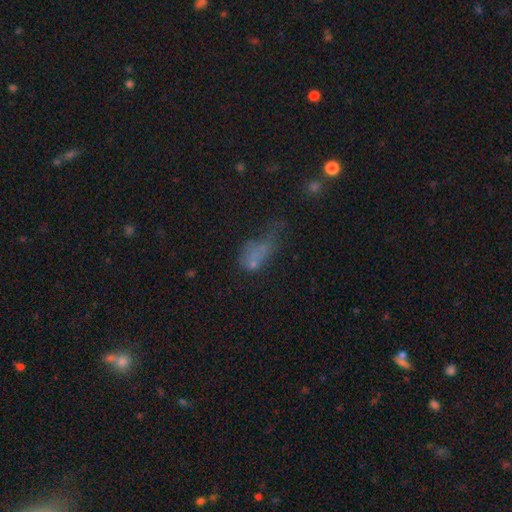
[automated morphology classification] Smooth or featured: smooth — 54% (featured or disk — 24%)
How rounded: in between — 77% (round — 15%)
Merging: major disturbance — 43% (none — 22%)